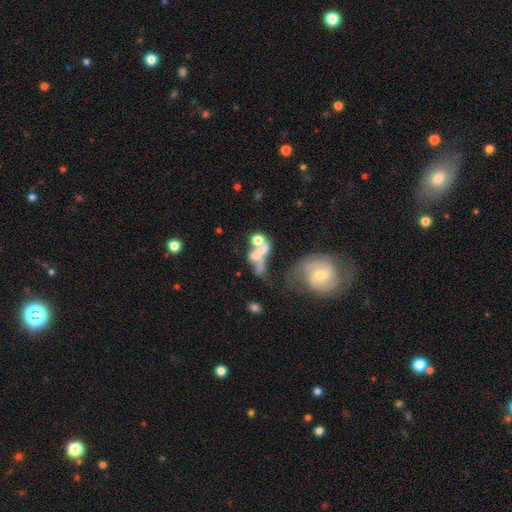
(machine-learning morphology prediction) Smooth or featured? Predicted: featured or disk (p=0.46). Merging? Predicted: merger (p=0.53).